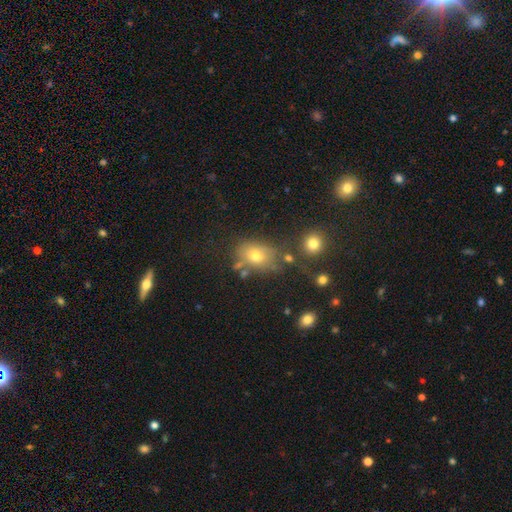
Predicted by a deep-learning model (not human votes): Smooth or featured? smooth (68%)
How rounded? in between (63%)
Merging? none (64%)